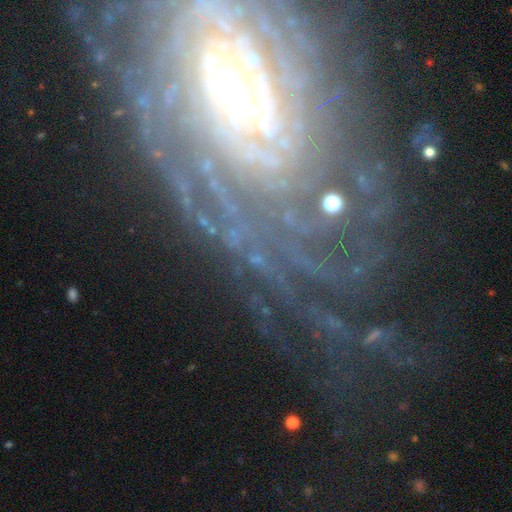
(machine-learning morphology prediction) featured or disk 83%, star or artifact 10%, smooth 7%. Down the decision tree: edge-on disk — no (94%); bar — no (53%); spiral arms — yes (92%); spiral arm count — can't tell (33%); spiral winding — tight (75%); bulge size — small (46%); merging — none (68%).